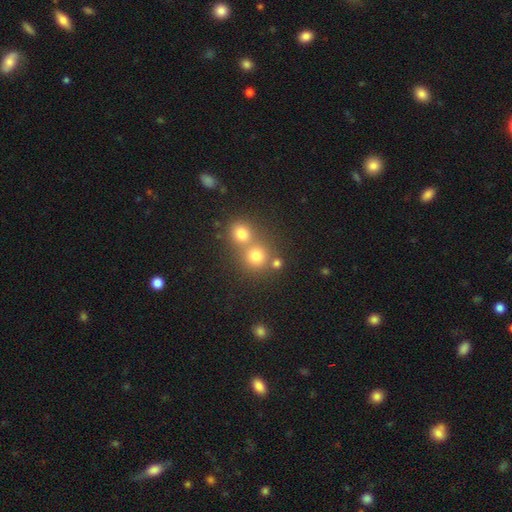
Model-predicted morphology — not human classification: Q: Smooth or featured?
A: smooth (75%); runner-up: star or artifact (16%)
Q: How rounded?
A: round (89%); runner-up: in between (10%)
Q: Merging?
A: none (51%); runner-up: merger (41%)